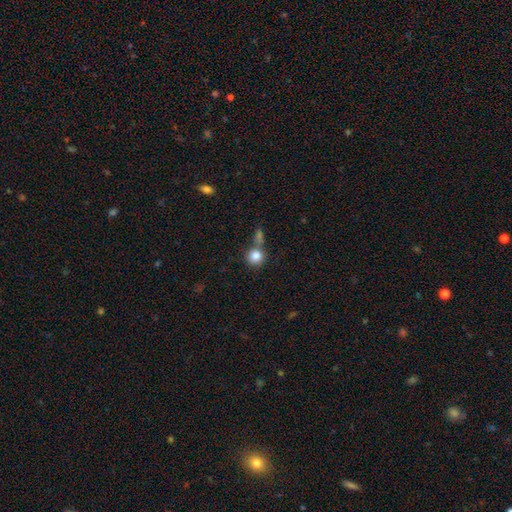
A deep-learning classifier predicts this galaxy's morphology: Overall: smooth (83%). How rounded: round (90%). Merging: none (57%; merger 27%).